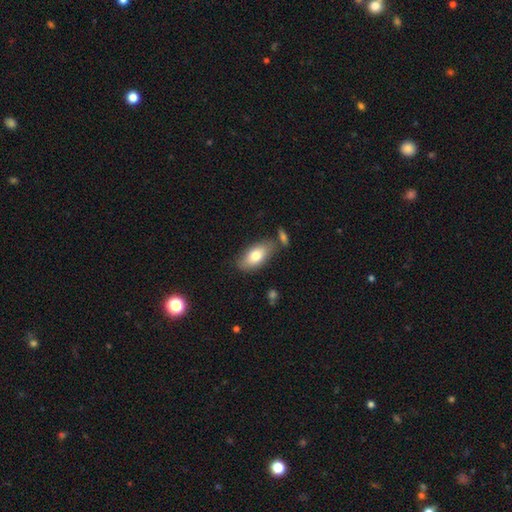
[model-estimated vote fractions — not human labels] This is likely a smooth galaxy (76%). How rounded: clearly in between (90%). Merging: likely none (75%).